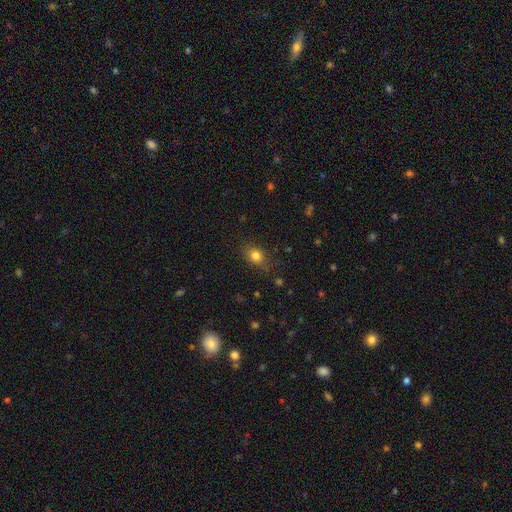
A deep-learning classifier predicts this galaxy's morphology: smooth 80%, star or artifact 12%, featured or disk 8%. Down the decision tree: how rounded — in between (52%); merging — none (81%).